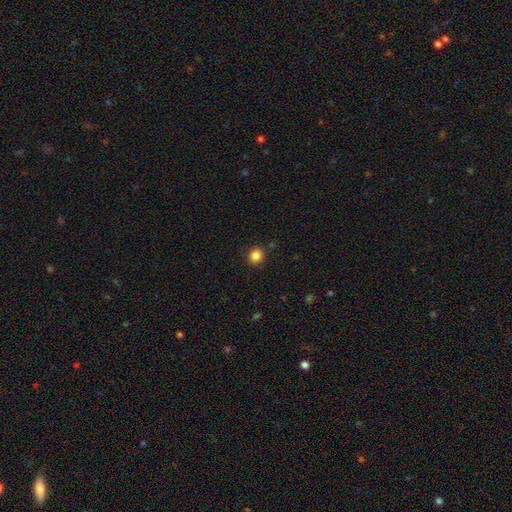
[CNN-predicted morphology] Q: Smooth or featured?
A: smooth (85%); runner-up: star or artifact (11%)
Q: How rounded?
A: round (82%); runner-up: in between (17%)
Q: Merging?
A: none (88%); runner-up: minor disturbance (7%)